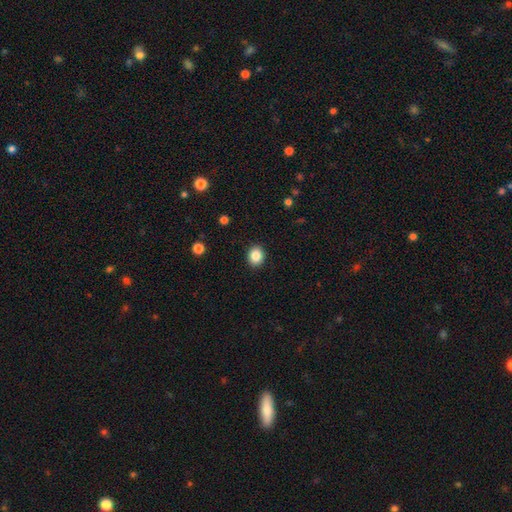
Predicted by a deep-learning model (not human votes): Overall: smooth (86%). How rounded: round (64%; in between 36%). Merging: none (91%).